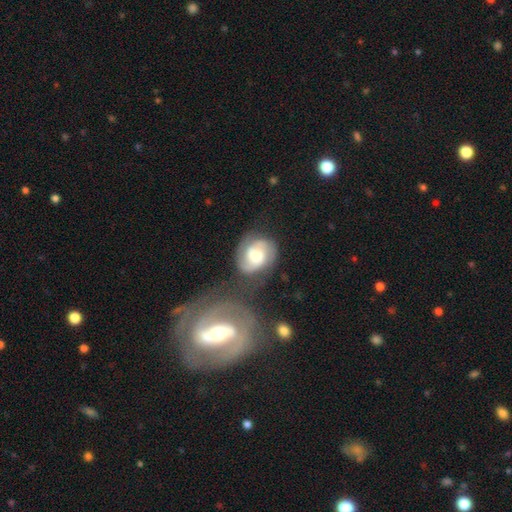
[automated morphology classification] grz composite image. It shows a featured or disk galaxy (65%) with no bar (54%), 2 (81%) medium (46%) spiral arms (90%) and a moderate central bulge (52%). Merging: none (62%).